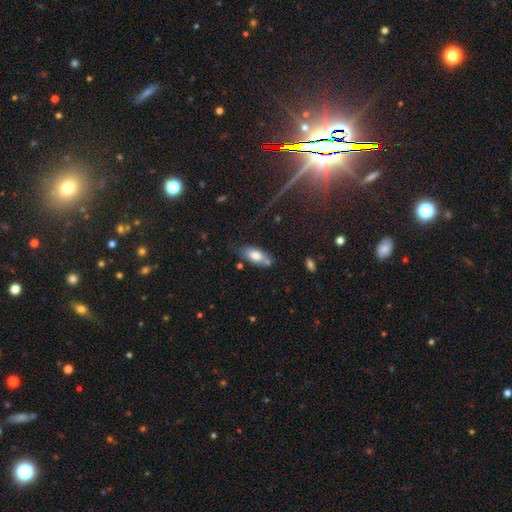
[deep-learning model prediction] A smooth galaxy with no disk features (74%) that is in between round and cigar-shaped (87%).

Vote fractions:
- Smooth or featured? smooth: 74% / featured or disk: 18% / star or artifact: 8%
- How rounded? in between: 87% / cigar-shaped: 10% / round: 3%
- Merging? none: 61% / minor disturbance: 23% / merger: 10% / major disturbance: 6%